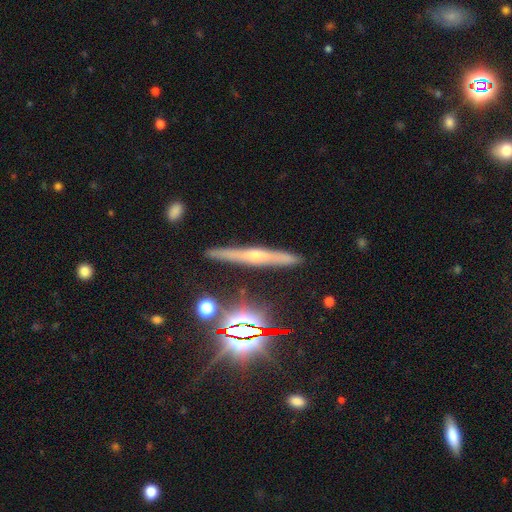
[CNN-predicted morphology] The model was most divided on "smooth or featured": featured or disk: 64%, smooth: 20%, star or artifact: 16%. More confident: edge-on disk — yes (95%); merging — none (88%); edge-on bulge — rounded (79%).